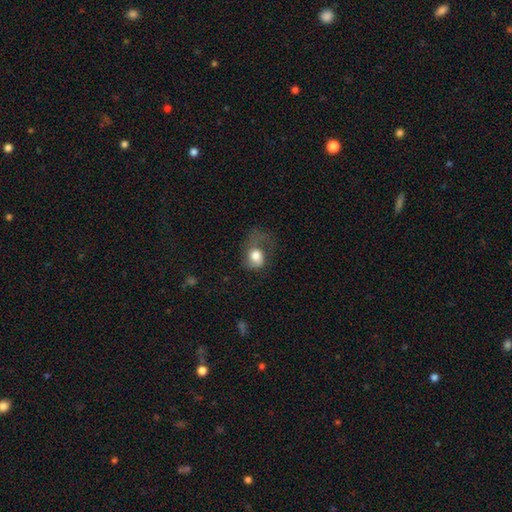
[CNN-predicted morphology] type=smooth (68%); roundness=round (54%); merging=major disturbance (54%).